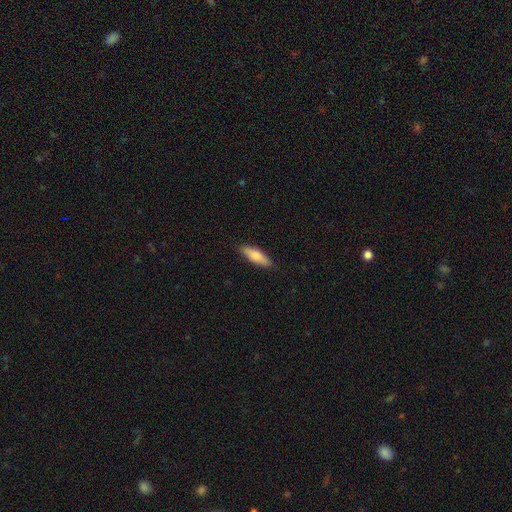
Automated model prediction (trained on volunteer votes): A smooth galaxy with no disk features (76%) that is cigar-shaped (55%).

Vote fractions:
- Smooth or featured? smooth: 76% / featured or disk: 19% / star or artifact: 6%
- How rounded? cigar-shaped: 55% / in between: 44% / round: 2%
- Merging? none: 88% / minor disturbance: 9% / major disturbance: 2% / merger: 1%